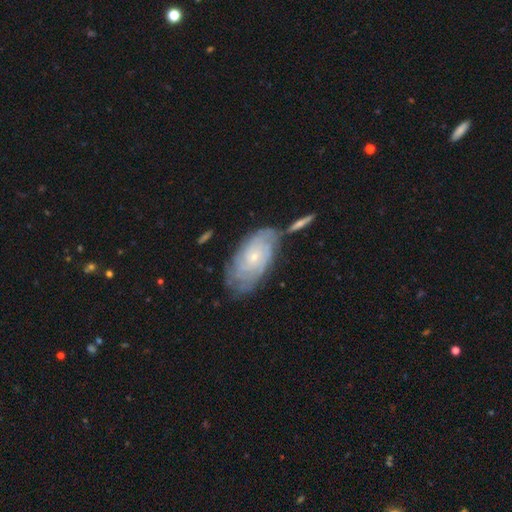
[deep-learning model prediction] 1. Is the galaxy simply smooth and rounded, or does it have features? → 70% featured or disk, 21% smooth, 9% star or artifact.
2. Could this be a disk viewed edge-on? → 93% no, 7% yes.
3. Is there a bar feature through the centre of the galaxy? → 77% no, 20% weak, 4% strong.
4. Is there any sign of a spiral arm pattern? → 89% yes, 11% no.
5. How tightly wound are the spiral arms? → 74% tight, 20% medium, 6% loose.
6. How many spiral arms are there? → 52% can't tell, 15% 2, 11% 4, 11% 3, 7% more than 4, 4% 1.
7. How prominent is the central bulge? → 69% small, 27% moderate, 2% none, 2% large, 1% dominant.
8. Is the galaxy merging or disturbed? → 60% none, 17% minor disturbance, 17% merger, 6% major disturbance.